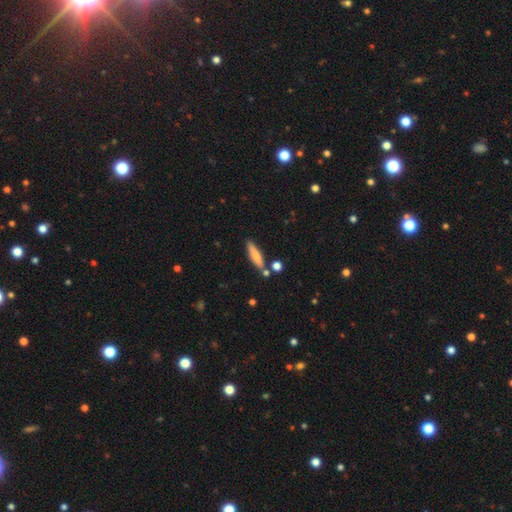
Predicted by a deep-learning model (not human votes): Smooth or featured?
  - smooth: 73% *
  - featured or disk: 21%
  - star or artifact: 7%
How rounded?
  - cigar-shaped: 78% *
  - in between: 20%
  - round: 2%
Merging?
  - none: 77% *
  - minor disturbance: 12%
  - merger: 8%
  - major disturbance: 3%